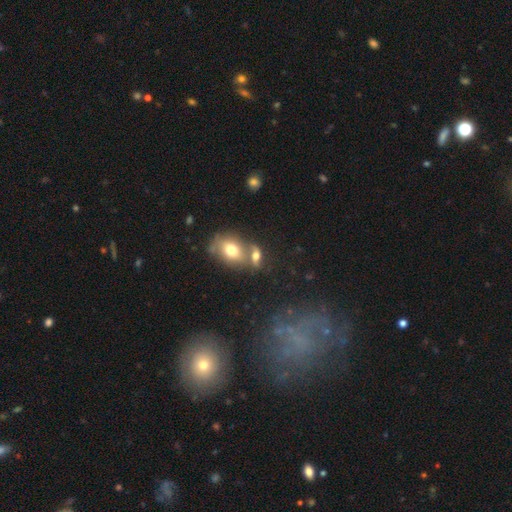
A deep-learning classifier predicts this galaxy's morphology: This is likely a smooth galaxy (63%). How rounded: likely in between (71%). Merging: possibly merger (46%).